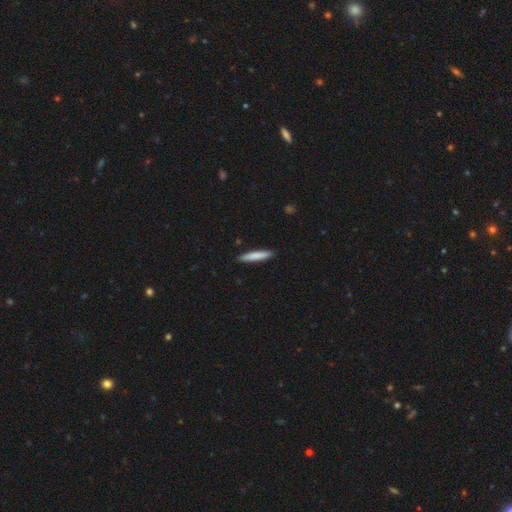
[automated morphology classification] A smooth galaxy with no disk features (82%) that is cigar-shaped (91%). Merging: none (90%).